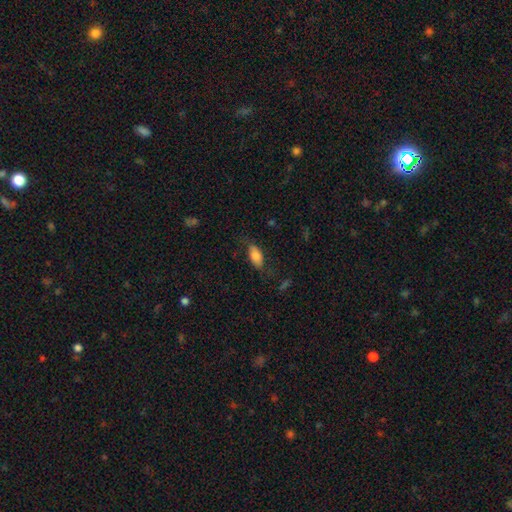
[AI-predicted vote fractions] This is likely a smooth galaxy (79%). How rounded: clearly in between (88%). Merging: likely none (72%).